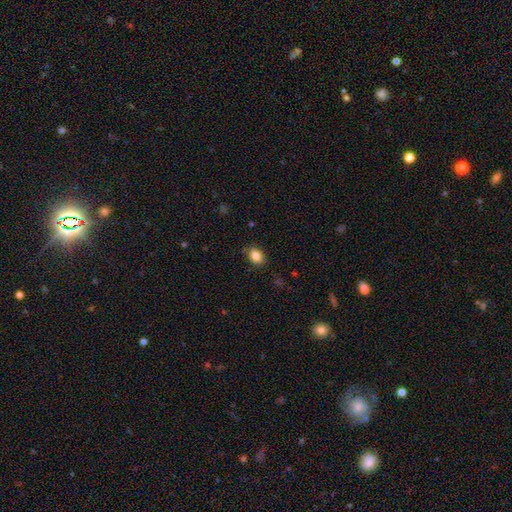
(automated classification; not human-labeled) Smooth or featured? smooth (85%)
How rounded? in between (72%)
Merging? none (86%)